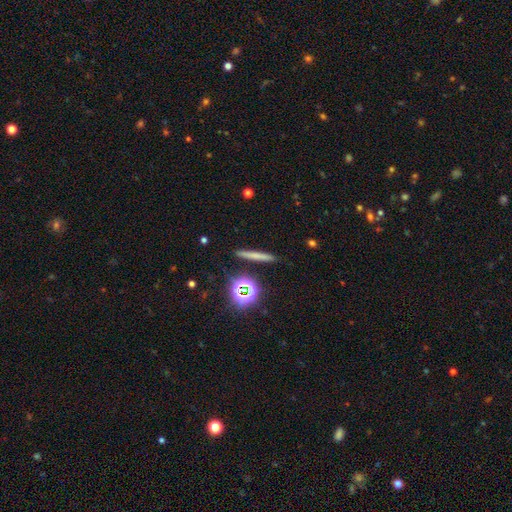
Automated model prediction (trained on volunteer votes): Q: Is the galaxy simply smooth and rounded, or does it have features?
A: smooth — 60%.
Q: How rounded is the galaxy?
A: cigar-shaped — 91%.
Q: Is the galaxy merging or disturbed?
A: none — 89%.